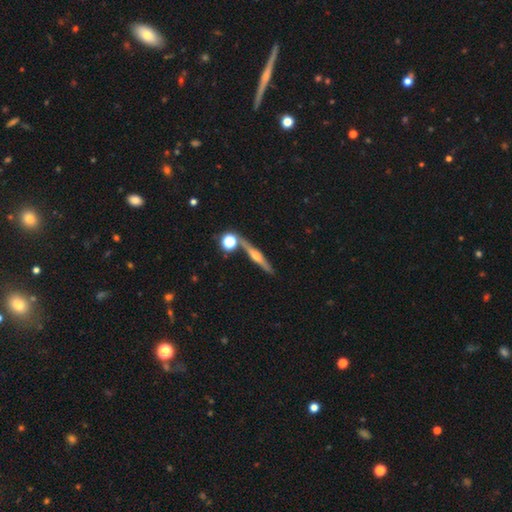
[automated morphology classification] type=featured or disk (71%); edge-on=yes (96%); edge-on bulge=rounded (90%); merging=none (79%).